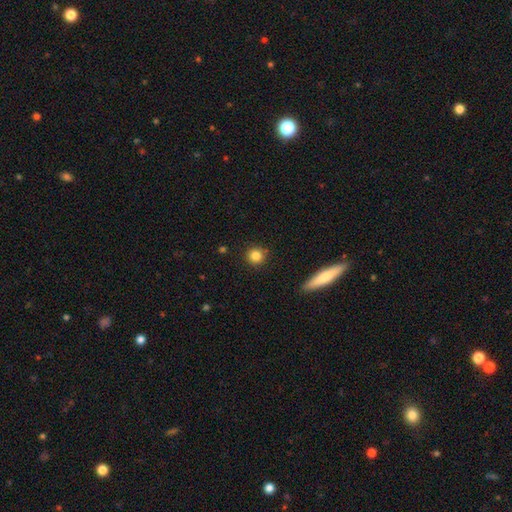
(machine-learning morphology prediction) A smooth galaxy with no disk features (84%) that is round (93%).

Vote fractions:
- Smooth or featured? smooth: 84% / star or artifact: 10% / featured or disk: 6%
- How rounded? round: 93% / in between: 6% / cigar-shaped: 1%
- Merging? none: 89% / minor disturbance: 7% / major disturbance: 2% / merger: 2%